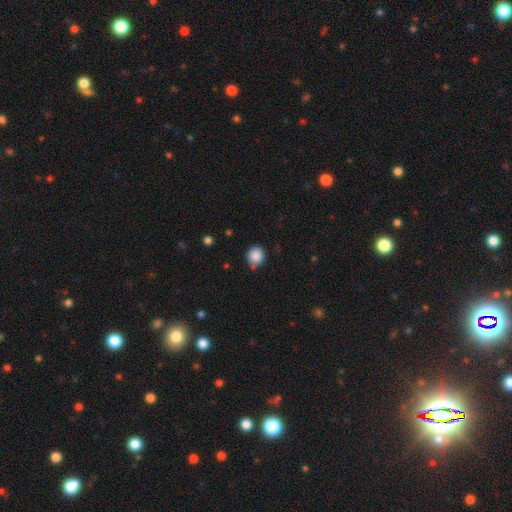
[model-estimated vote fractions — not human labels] smooth_or_featured: smooth (p=0.87) [alt: star or artifact p=0.09]
how_rounded: round (p=0.86) [alt: in between p=0.13]
merging: none (p=0.72) [alt: minor disturbance p=0.20]